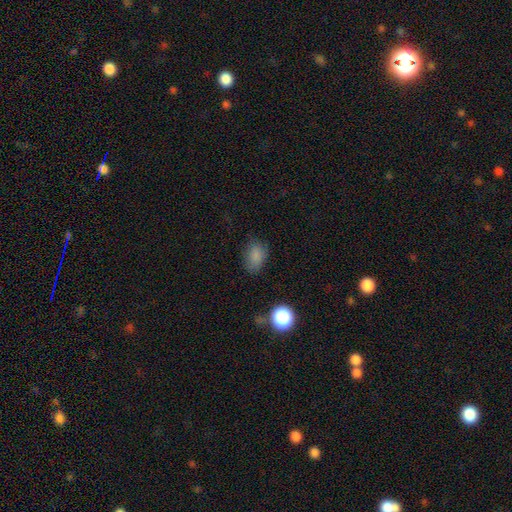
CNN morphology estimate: Overall: smooth (83%). How rounded: in between (84%). Merging: none (74%).